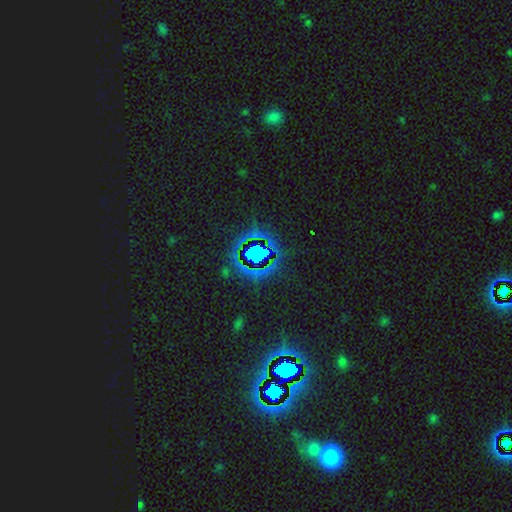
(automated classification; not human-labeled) smooth_or_featured: star or artifact (p=0.75) [alt: smooth p=0.16]